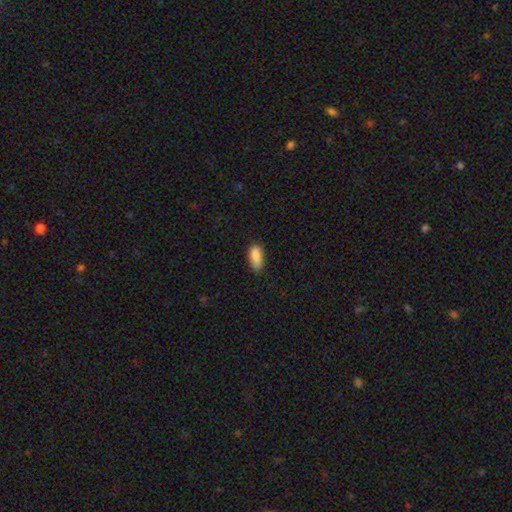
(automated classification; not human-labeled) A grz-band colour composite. It shows a smooth galaxy with no disk features (88%) that is in between round and cigar-shaped (83%). Merging: none (74%).